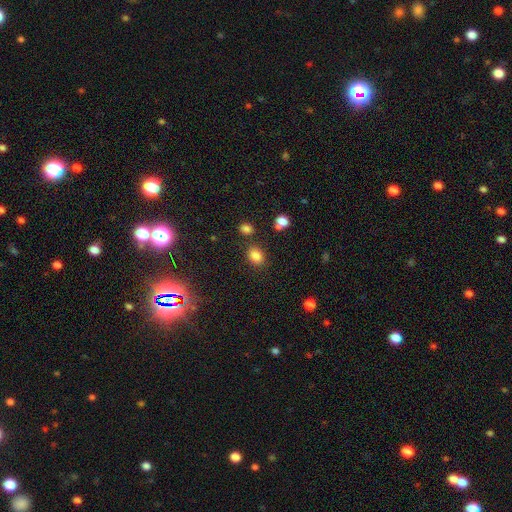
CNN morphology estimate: Smooth or featured? smooth (83%)
How rounded? in between (65%)
Merging? none (80%)